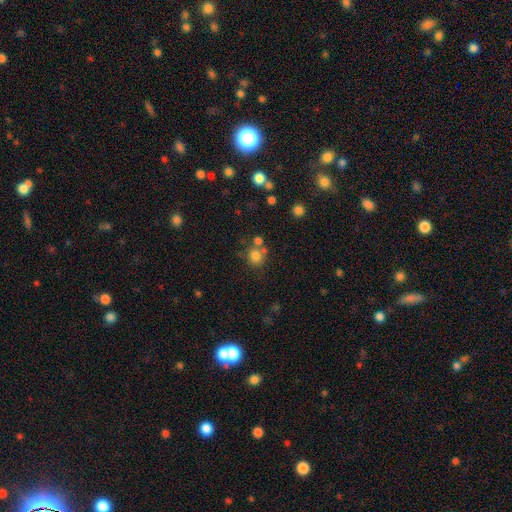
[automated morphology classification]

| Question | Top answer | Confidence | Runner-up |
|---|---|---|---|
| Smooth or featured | smooth | 78% | star or artifact (14%) |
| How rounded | round | 86% | in between (13%) |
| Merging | none | 61% | merger (24%) |